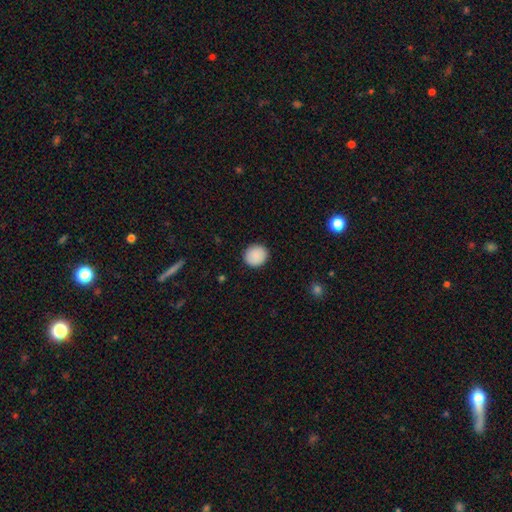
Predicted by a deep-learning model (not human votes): A smooth galaxy with no disk features (90%) that is round (90%).

Vote fractions:
- Smooth or featured? smooth: 90% / star or artifact: 7% / featured or disk: 3%
- How rounded? round: 90% / in between: 9% / cigar-shaped: 1%
- Merging? none: 91% / minor disturbance: 6% / major disturbance: 2% / merger: 1%